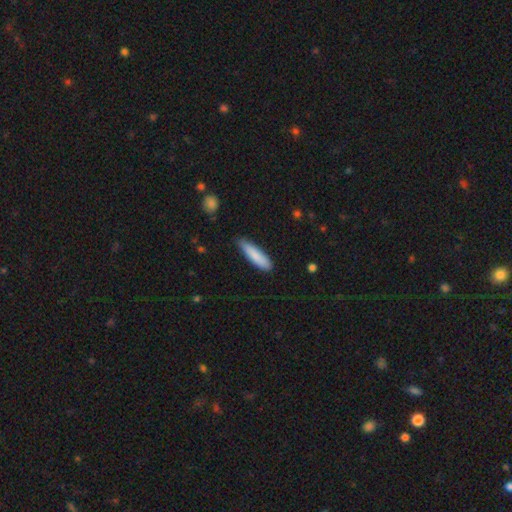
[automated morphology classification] A smooth galaxy with no disk features (84%) that is cigar-shaped (75%). Merging: none (80%).